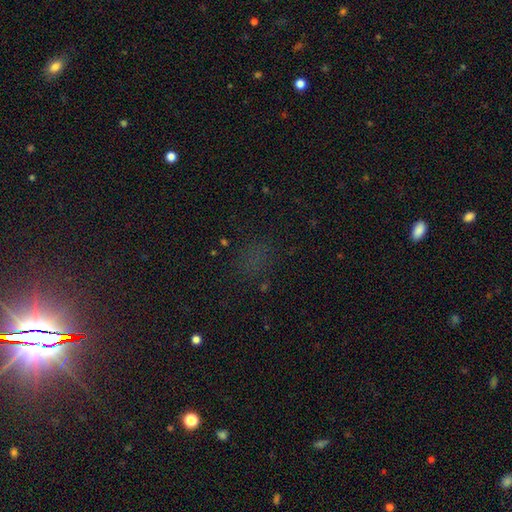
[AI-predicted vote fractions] star or artifact 59%, smooth 31%, featured or disk 10%.